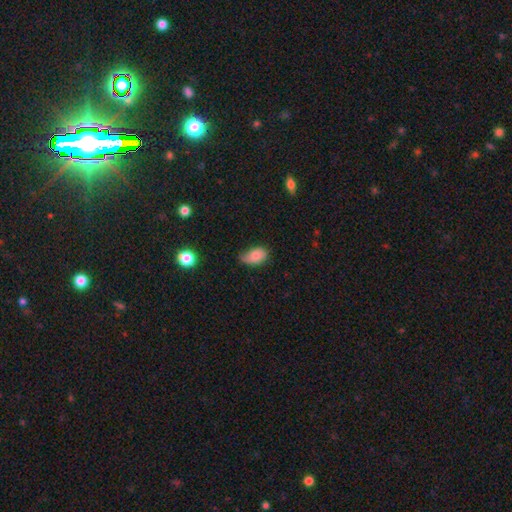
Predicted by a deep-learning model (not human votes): The model was most divided on "merging": minor disturbance: 42%, none: 40%, major disturbance: 16%, merger: 2%. More confident: how rounded — in between (90%); smooth or featured — smooth (75%).